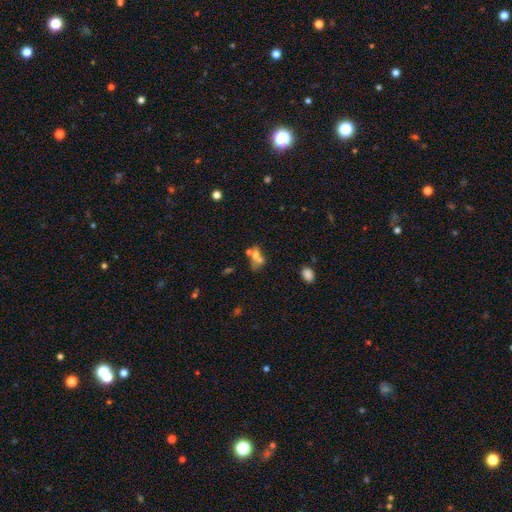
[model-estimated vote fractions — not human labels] smooth-or-featured: smooth: 55% | featured or disk: 29% | star or artifact: 17%
  how-rounded: in between: 56% | round: 39% | cigar-shaped: 4%
  merging: merger: 54% | none: 28% | minor disturbance: 10% | major disturbance: 8%